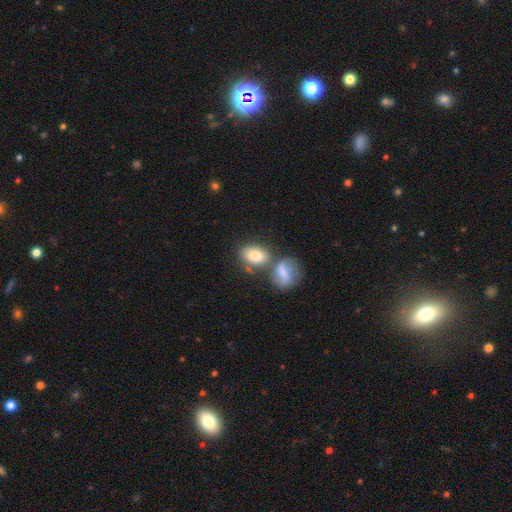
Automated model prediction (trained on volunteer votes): This appears to be a smooth galaxy with no disk features (80%) that is in between round and cigar-shaped (80%). Merging: none (42%).